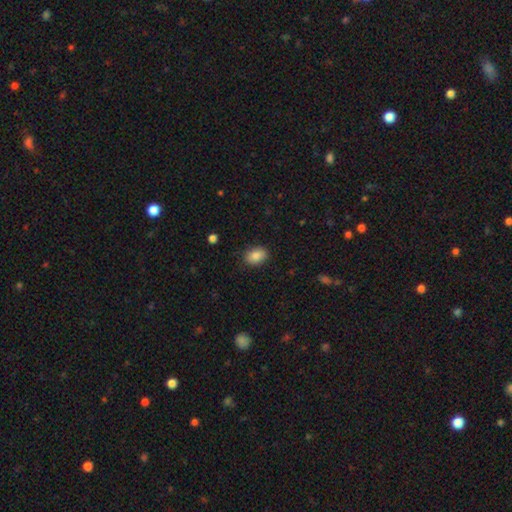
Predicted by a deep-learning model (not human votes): The model was most divided on "how rounded": in between: 81%, round: 18%, cigar-shaped: 1%. More confident: smooth or featured — smooth (86%); merging — none (86%).